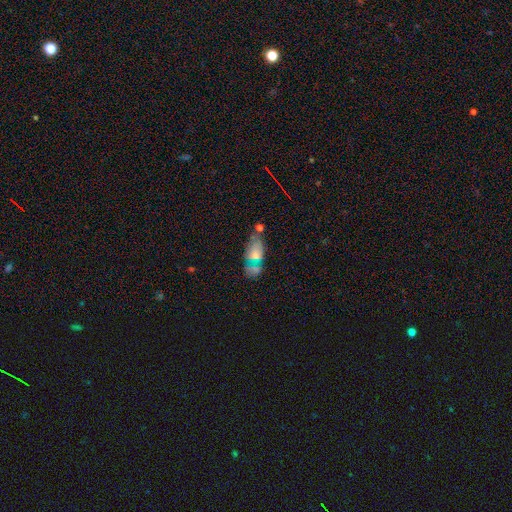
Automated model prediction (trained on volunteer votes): Smooth or featured? smooth (62%)
How rounded? in between (88%)
Merging? none (43%)